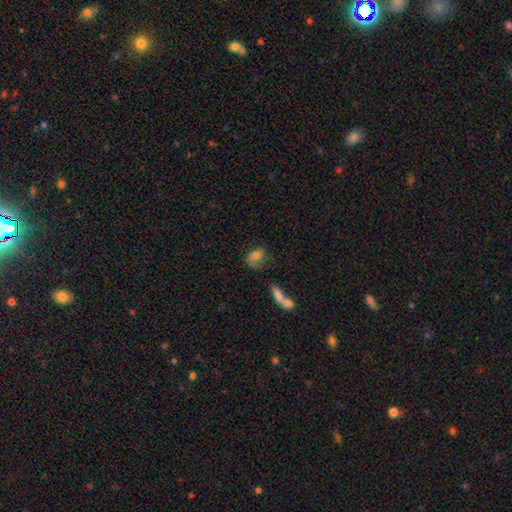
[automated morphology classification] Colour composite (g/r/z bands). It shows a smooth galaxy with no disk features (68%) that is in between round and cigar-shaped (73%). Merging: none (39%).